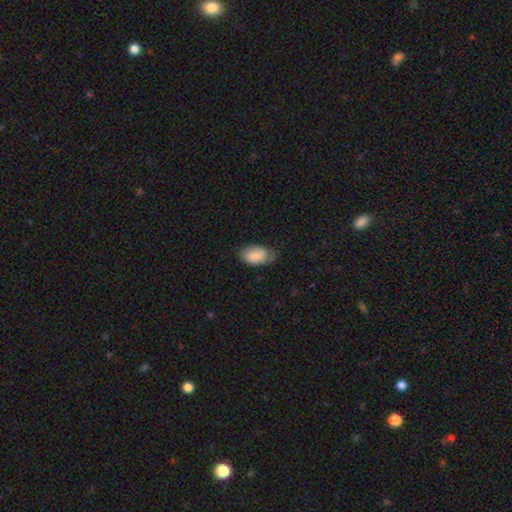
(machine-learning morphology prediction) This appears to be a smooth galaxy with no disk features (82%) that is in between round and cigar-shaped (93%). Merging: none (62%).